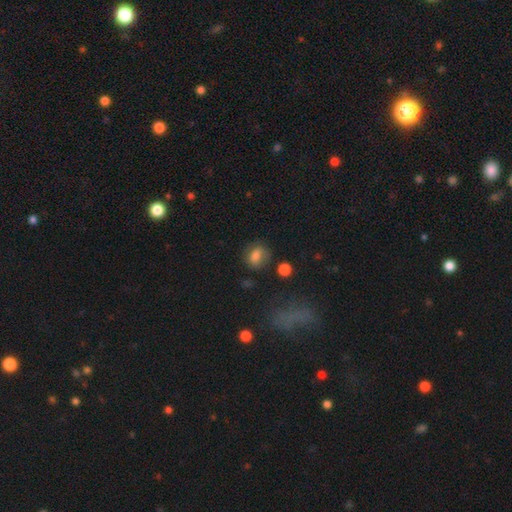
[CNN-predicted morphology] This appears to be a smooth galaxy with no disk features (78%) that is in between round and cigar-shaped (55%). Merging: none (68%).